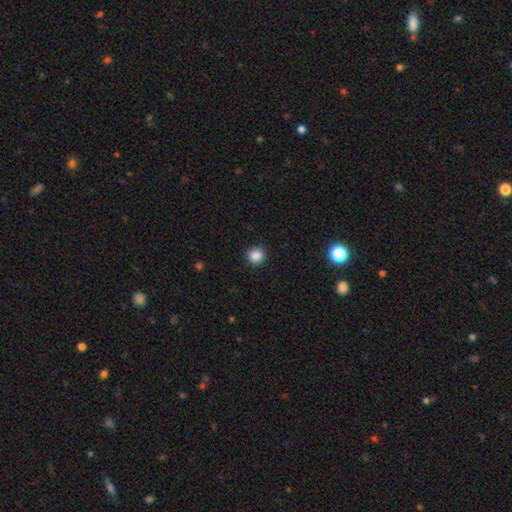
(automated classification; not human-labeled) smooth_or_featured: smooth (p=0.86) [alt: star or artifact p=0.10]
how_rounded: round (p=0.91) [alt: in between p=0.08]
merging: none (p=0.91) [alt: minor disturbance p=0.06]